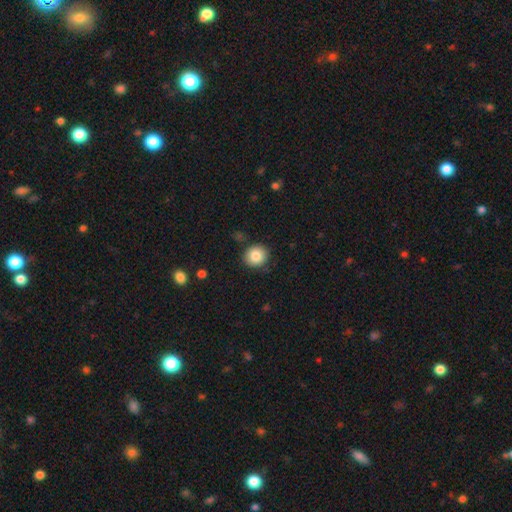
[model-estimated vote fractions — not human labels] This is clearly a smooth galaxy (85%). How rounded: clearly round (84%). Merging: clearly none (87%).